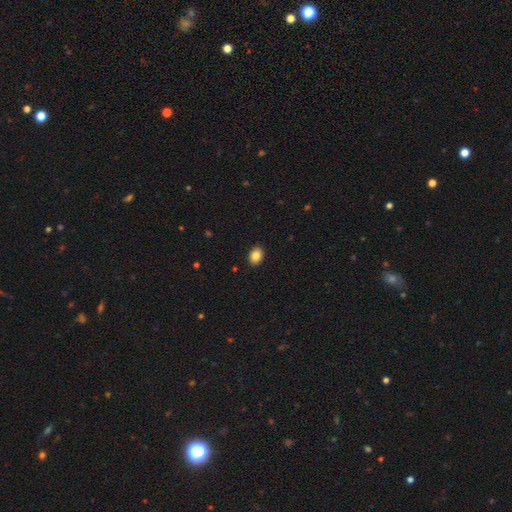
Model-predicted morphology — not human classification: Overall: smooth (86%). How rounded: in between (67%; round 32%). Merging: none (91%).